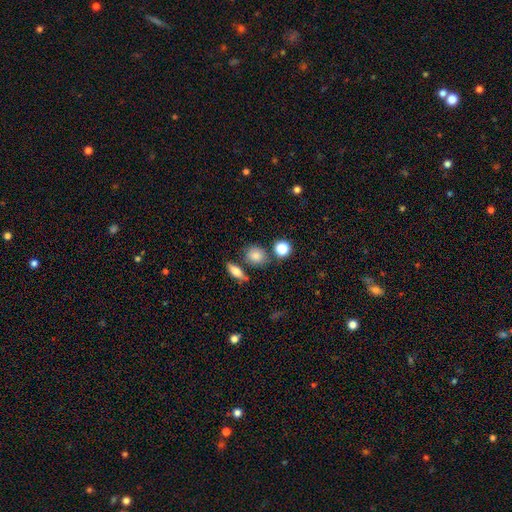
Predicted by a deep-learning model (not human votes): Smooth or featured?
  - smooth: 80% *
  - star or artifact: 11%
  - featured or disk: 8%
How rounded?
  - round: 68% *
  - in between: 30%
  - cigar-shaped: 2%
Merging?
  - none: 72% *
  - minor disturbance: 13%
  - merger: 11%
  - major disturbance: 4%